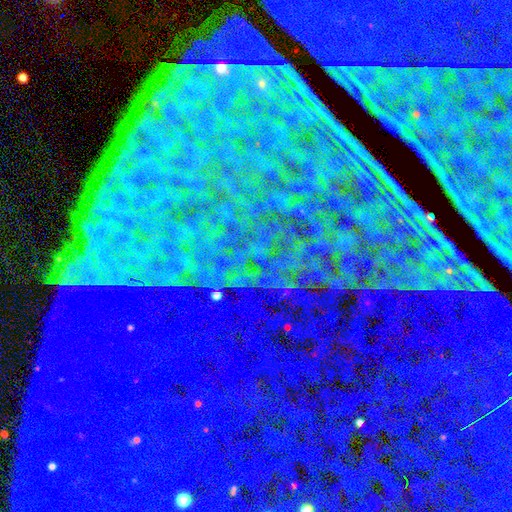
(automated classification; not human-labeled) Overall: star or artifact (87%).